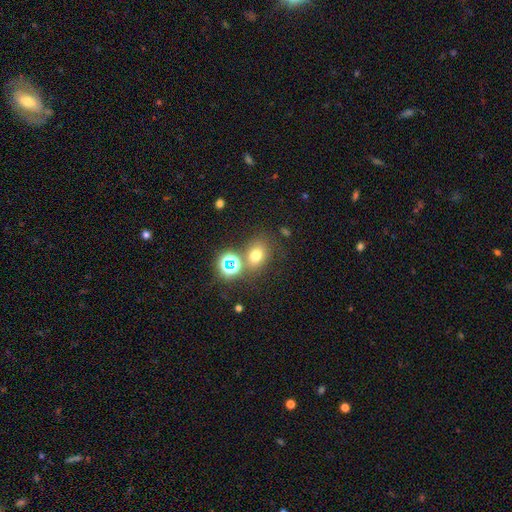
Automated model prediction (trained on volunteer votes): A smooth galaxy with no disk features (66%) that is round (52%).

Vote fractions:
- Smooth or featured? smooth: 66% / star or artifact: 24% / featured or disk: 10%
- How rounded? round: 52% / in between: 47% / cigar-shaped: 1%
- Merging? none: 66% / merger: 17% / minor disturbance: 11% / major disturbance: 5%